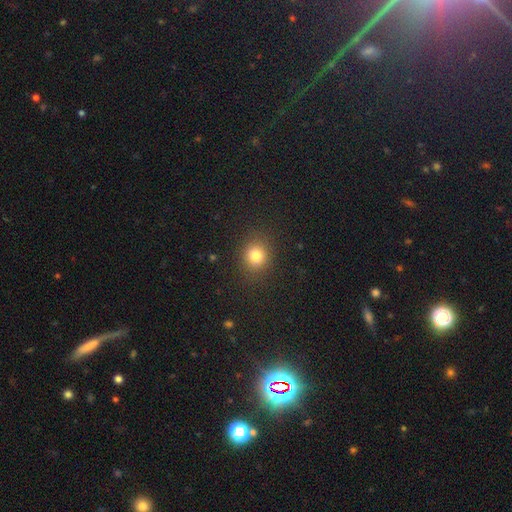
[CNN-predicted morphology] Smooth or featured: smooth — 81% (star or artifact — 13%)
How rounded: round — 78% (in between — 21%)
Merging: none — 86% (minor disturbance — 9%)